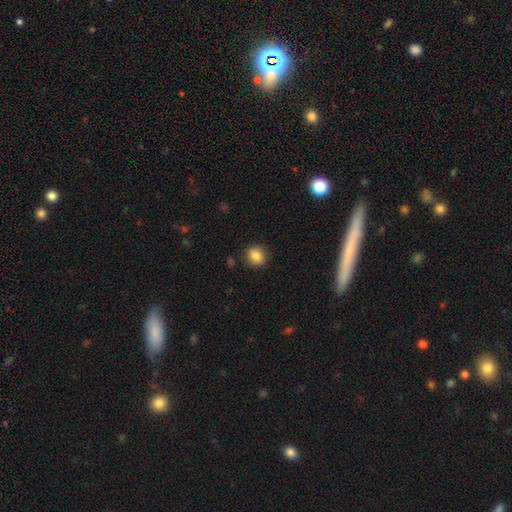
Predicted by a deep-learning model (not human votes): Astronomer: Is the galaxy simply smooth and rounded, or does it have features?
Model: smooth — 86%.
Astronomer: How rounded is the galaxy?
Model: round — 69%.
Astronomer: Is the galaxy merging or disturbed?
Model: none — 87%.